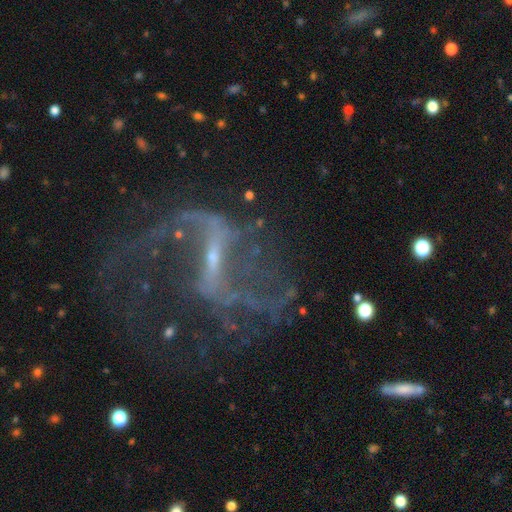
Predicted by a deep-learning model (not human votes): Q: Smooth or featured?
A: featured or disk (86%); runner-up: star or artifact (10%)
Q: Edge-on disk?
A: no (96%); runner-up: yes (4%)
Q: Bar?
A: strong (47%); runner-up: weak (38%)
Q: Spiral arms?
A: yes (89%); runner-up: no (11%)
Q: Spiral winding?
A: loose (78%); runner-up: medium (17%)
Q: Spiral arm count?
A: 2 (82%); runner-up: can't tell (6%)
Q: Bulge size?
A: small (75%); runner-up: none (12%)
Q: Merging?
A: none (50%); runner-up: major disturbance (30%)